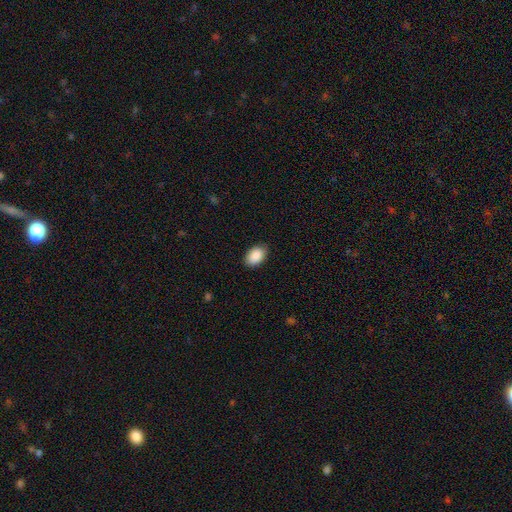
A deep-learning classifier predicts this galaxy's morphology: Smooth or featured: smooth — 90% (star or artifact — 7%)
How rounded: in between — 89% (round — 10%)
Merging: none — 84% (minor disturbance — 12%)